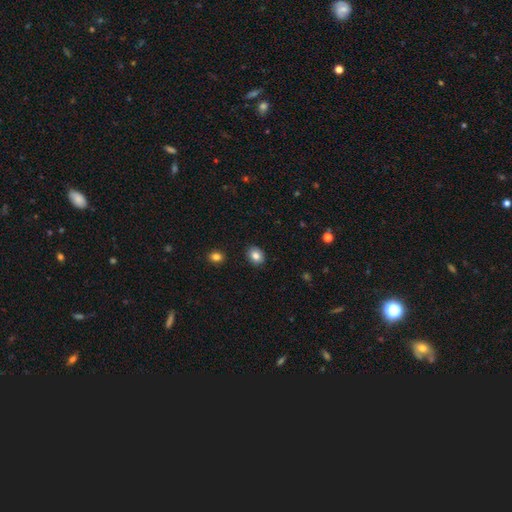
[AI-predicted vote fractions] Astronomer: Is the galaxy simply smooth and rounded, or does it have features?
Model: smooth — 85%.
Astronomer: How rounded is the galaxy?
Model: in between — 51% (runner-up: round, 48%).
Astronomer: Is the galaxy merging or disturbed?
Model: none — 90%.